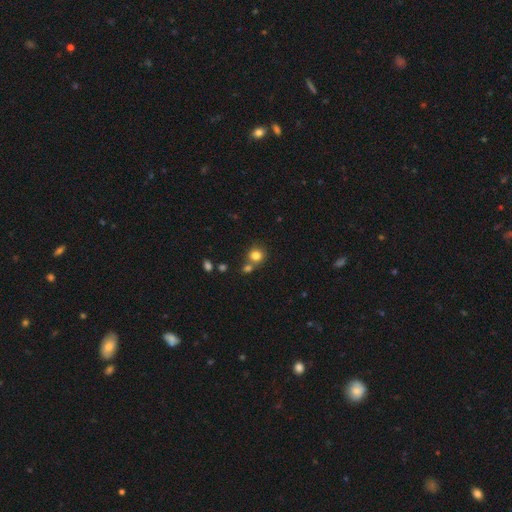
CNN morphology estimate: smooth-or-featured: smooth: 81% | star or artifact: 12% | featured or disk: 7%
  how-rounded: round: 84% | in between: 15% | cigar-shaped: 1%
  merging: none: 61% | merger: 26% | minor disturbance: 10% | major disturbance: 4%